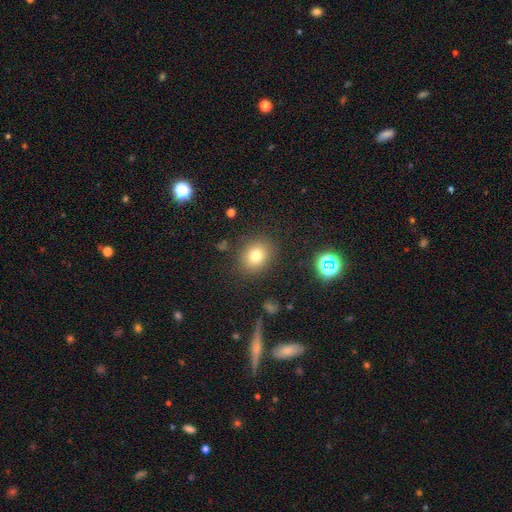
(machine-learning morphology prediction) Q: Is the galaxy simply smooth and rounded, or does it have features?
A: smooth — 77%.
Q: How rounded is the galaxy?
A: round — 67%.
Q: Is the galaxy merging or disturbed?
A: none — 86%.